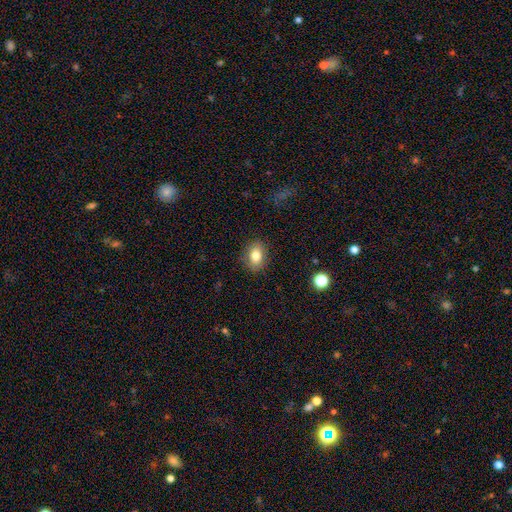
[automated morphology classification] Overall: smooth (80%). How rounded: in between (70%). Merging: none (86%).